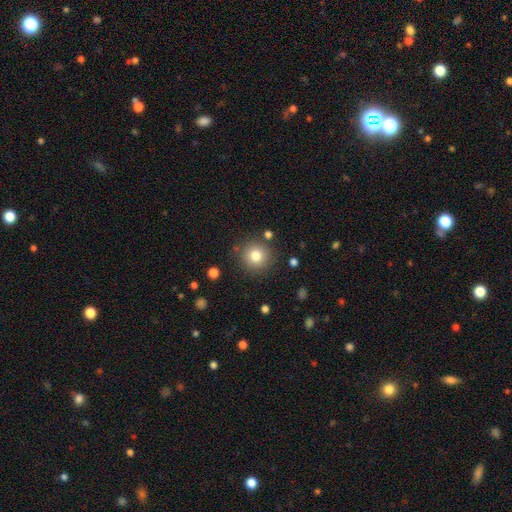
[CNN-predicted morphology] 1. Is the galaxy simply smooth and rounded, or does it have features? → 79% smooth, 12% star or artifact, 9% featured or disk.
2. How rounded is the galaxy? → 94% round, 5% in between, 1% cigar-shaped.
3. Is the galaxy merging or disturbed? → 86% none, 8% minor disturbance, 3% merger, 3% major disturbance.